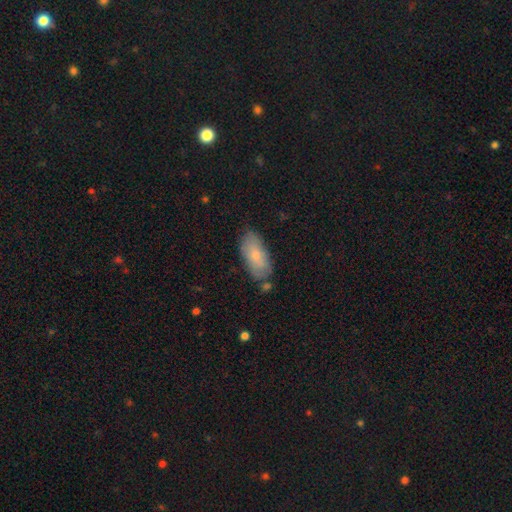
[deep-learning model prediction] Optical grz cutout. It shows a smooth galaxy with no disk features (76%) that is in between round and cigar-shaped (91%). Merging: none (72%).